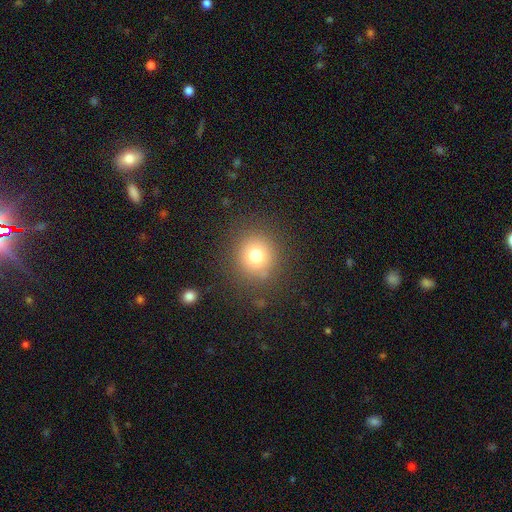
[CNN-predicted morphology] Smooth or featured? smooth (74%)
How rounded? round (90%)
Merging? none (84%)